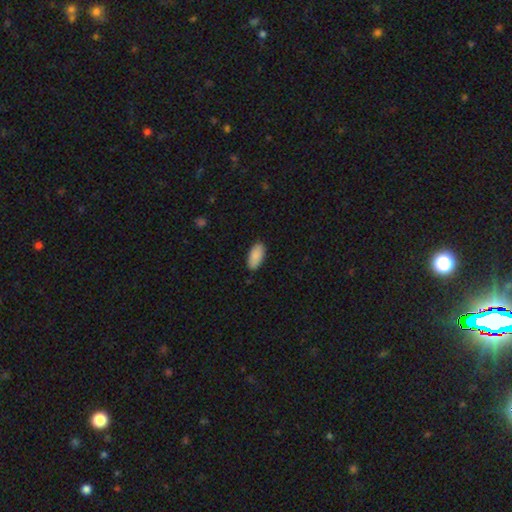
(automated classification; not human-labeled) Smooth or featured: smooth — 90% (star or artifact — 6%)
How rounded: in between — 92% (cigar-shaped — 6%)
Merging: none — 87% (minor disturbance — 10%)